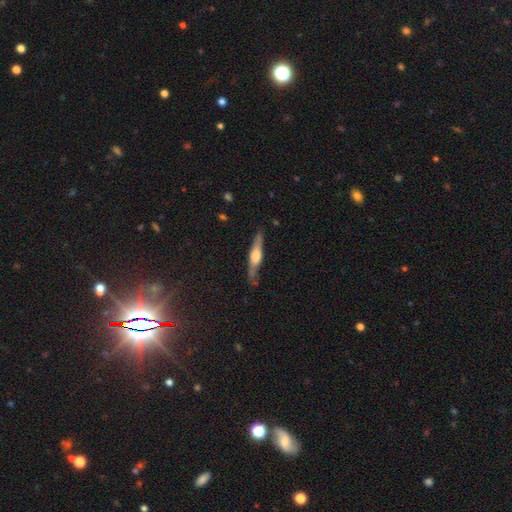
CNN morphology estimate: A featured or disk galaxy (62%) viewed edge-on (94%) with a rounded central bulge (79%).

Vote fractions:
- Smooth or featured? featured or disk: 62% / smooth: 32% / star or artifact: 6%
- Edge-on disk? yes: 94% / no: 6%
- Edge-on bulge? rounded: 79% / boxy: 15% / none: 5%
- Merging? none: 78% / minor disturbance: 16% / major disturbance: 4% / merger: 2%